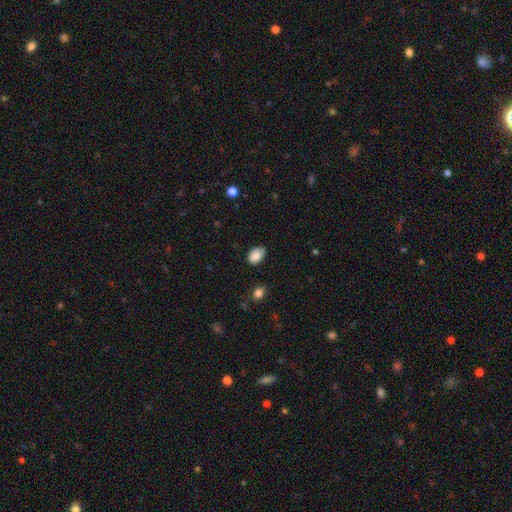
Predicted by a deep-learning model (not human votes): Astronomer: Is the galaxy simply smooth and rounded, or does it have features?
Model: smooth — 88%.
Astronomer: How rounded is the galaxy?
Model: in between — 82%.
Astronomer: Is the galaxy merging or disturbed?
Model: none — 75%.